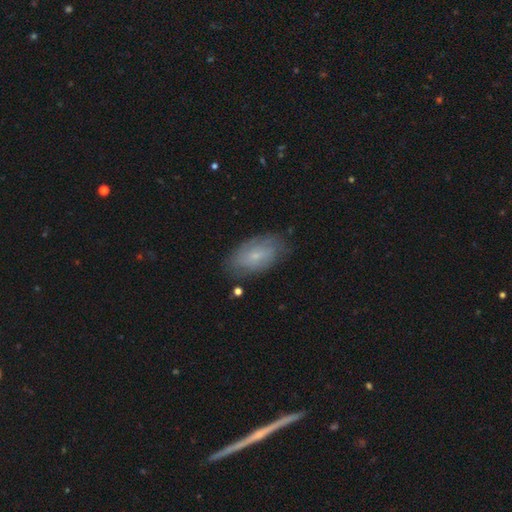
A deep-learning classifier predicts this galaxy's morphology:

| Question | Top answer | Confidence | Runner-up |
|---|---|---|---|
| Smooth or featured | smooth | 54% | featured or disk (38%) |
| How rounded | in between | 91% | round (5%) |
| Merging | none | 75% | minor disturbance (18%) |